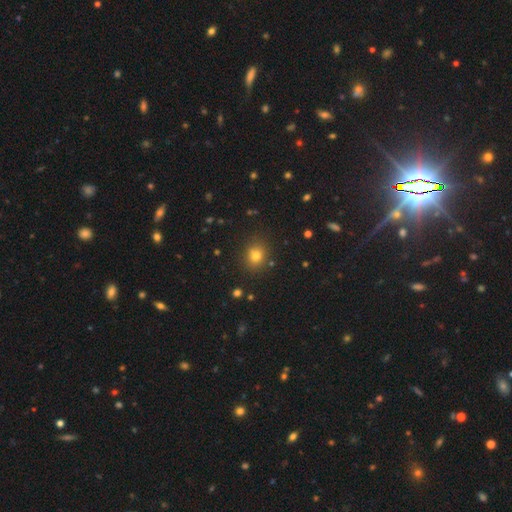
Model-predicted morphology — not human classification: Smooth or featured? Predicted: smooth (p=0.76). How rounded? Predicted: round (p=0.72). Merging? Predicted: none (p=0.84).